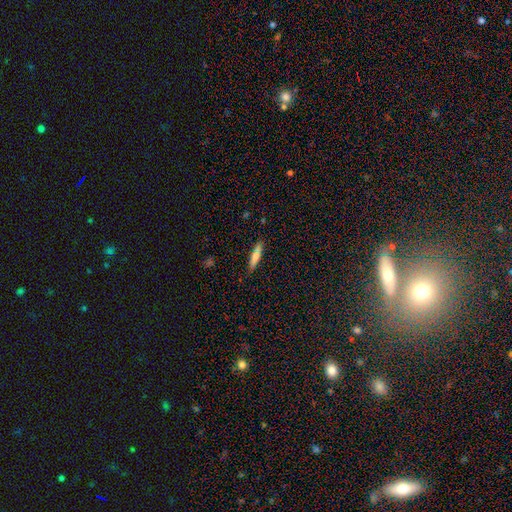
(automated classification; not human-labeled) smooth 69%, featured or disk 24%, star or artifact 7%. Down the decision tree: how rounded — cigar-shaped (83%); merging — none (81%).